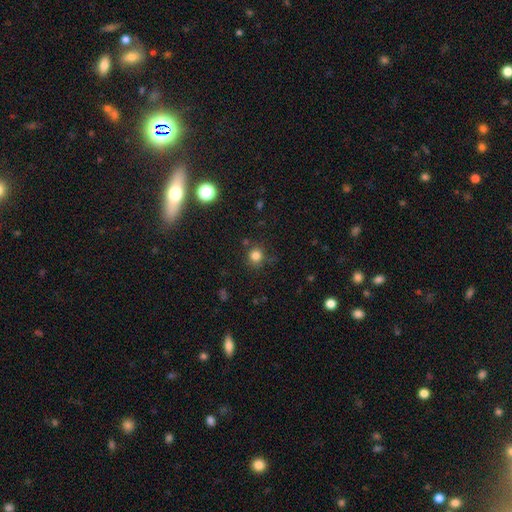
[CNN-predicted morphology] smooth 81%, star or artifact 14%, featured or disk 5%. Down the decision tree: how rounded — round (90%); merging — none (81%).